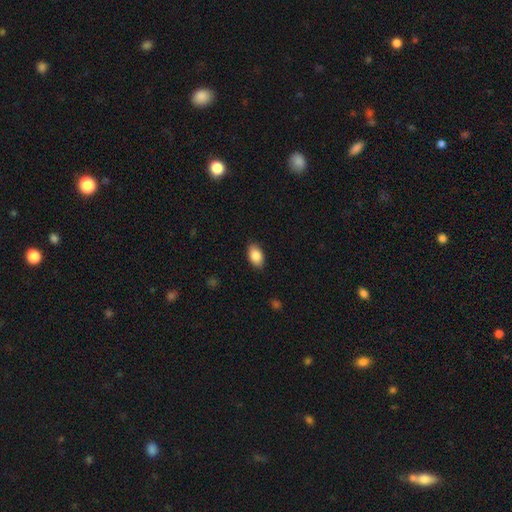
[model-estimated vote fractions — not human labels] Q: Smooth or featured?
A: smooth (86%); runner-up: star or artifact (7%)
Q: How rounded?
A: in between (91%); runner-up: round (7%)
Q: Merging?
A: none (87%); runner-up: minor disturbance (10%)